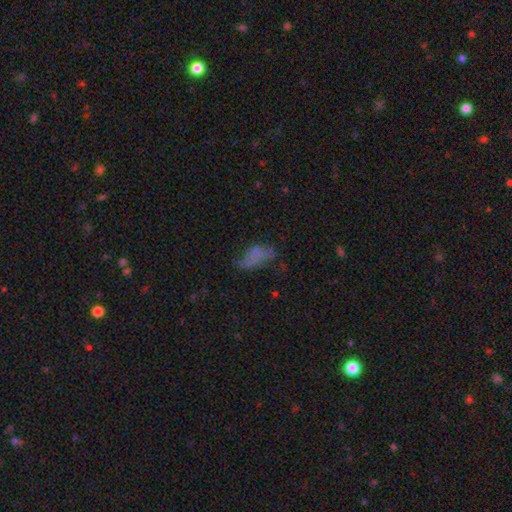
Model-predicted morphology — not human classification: smooth-or-featured: smooth: 59% | featured or disk: 26% | star or artifact: 15%
  how-rounded: in between: 87% | cigar-shaped: 10% | round: 4%
  merging: none: 40% | minor disturbance: 30% | major disturbance: 25% | merger: 4%